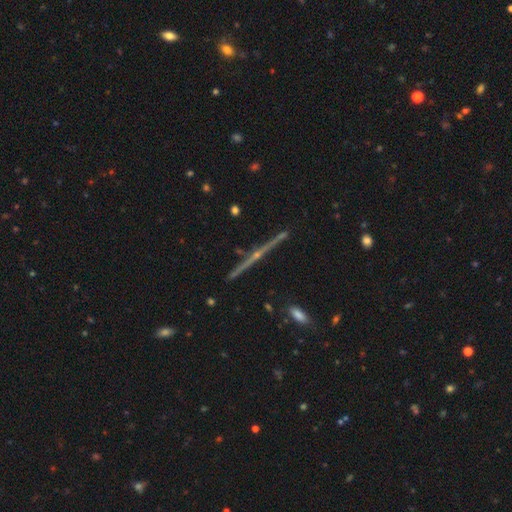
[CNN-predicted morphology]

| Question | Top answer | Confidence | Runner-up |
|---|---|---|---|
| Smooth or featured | featured or disk | 85% | smooth (7%) |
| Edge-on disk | yes | 98% | no (2%) |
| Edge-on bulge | rounded | 83% | none (12%) |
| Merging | none | 90% | minor disturbance (6%) |